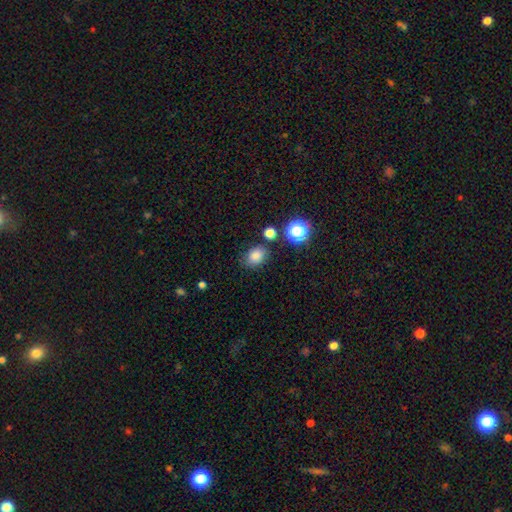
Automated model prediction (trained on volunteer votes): smooth_or_featured: smooth (p=0.80) [alt: star or artifact p=0.14]
how_rounded: in between (p=0.61) [alt: round p=0.38]
merging: none (p=0.76) [alt: minor disturbance p=0.14]